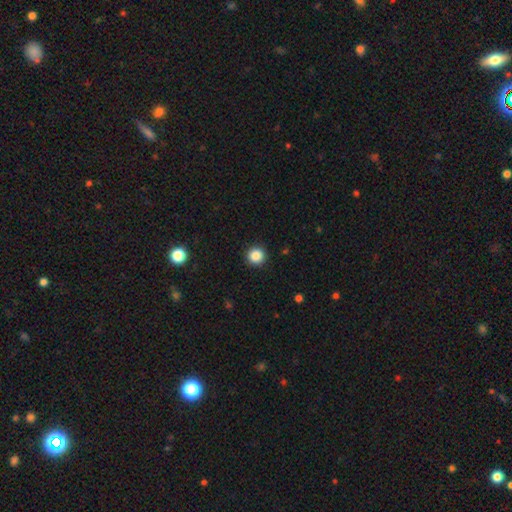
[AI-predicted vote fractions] Smooth or featured: smooth — 86% (star or artifact — 10%)
How rounded: round — 95% (in between — 4%)
Merging: none — 93% (minor disturbance — 5%)